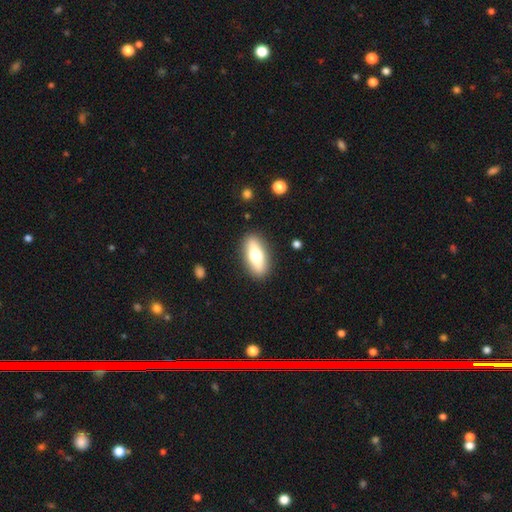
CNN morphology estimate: Smooth or featured? smooth (56%)
How rounded? in between (72%)
Merging? none (88%)